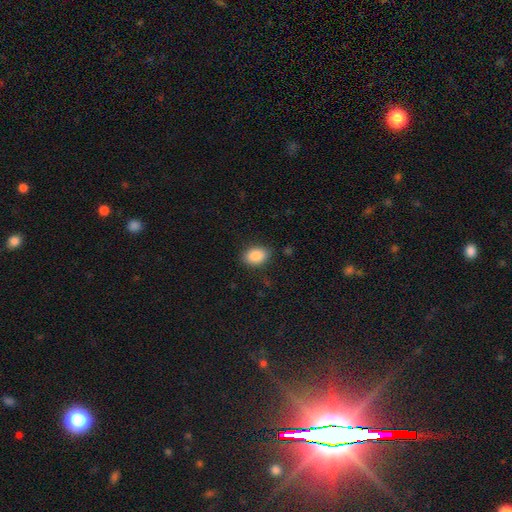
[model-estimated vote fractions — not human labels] The model was most divided on "how rounded": in between: 82%, round: 16%, cigar-shaped: 1%. More confident: smooth or featured — smooth (88%); merging — none (84%).